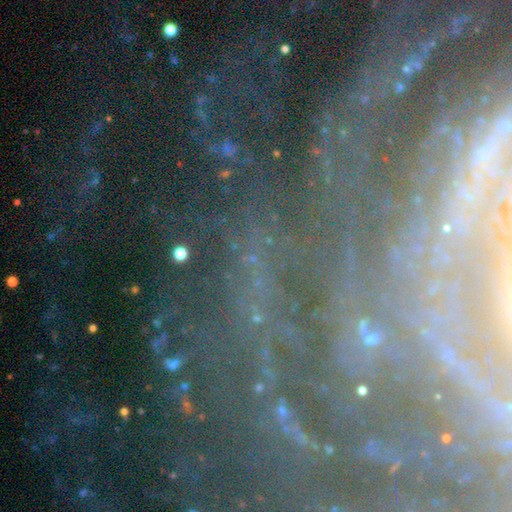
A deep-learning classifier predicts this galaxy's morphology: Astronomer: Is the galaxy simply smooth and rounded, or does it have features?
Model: star or artifact — 61%.